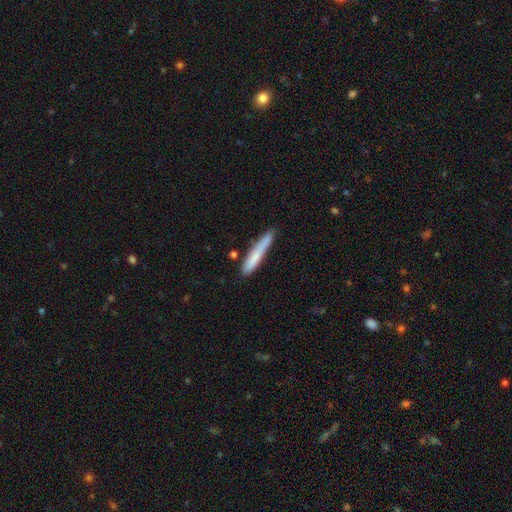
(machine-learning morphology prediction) smooth-or-featured: smooth: 74% | featured or disk: 20% | star or artifact: 6%
  how-rounded: cigar-shaped: 94% | in between: 4% | round: 1%
  merging: none: 74% | minor disturbance: 18% | merger: 4% | major disturbance: 3%